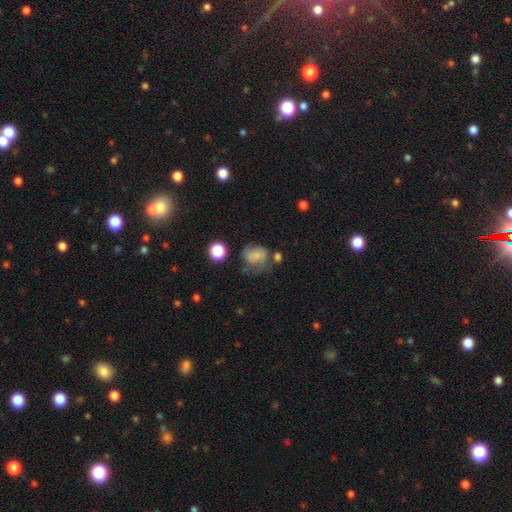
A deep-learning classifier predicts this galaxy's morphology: The model was most divided on "merging": none: 41%, minor disturbance: 29%, major disturbance: 21%, merger: 9%. More confident: smooth or featured — smooth (67%); how rounded — round (62%).